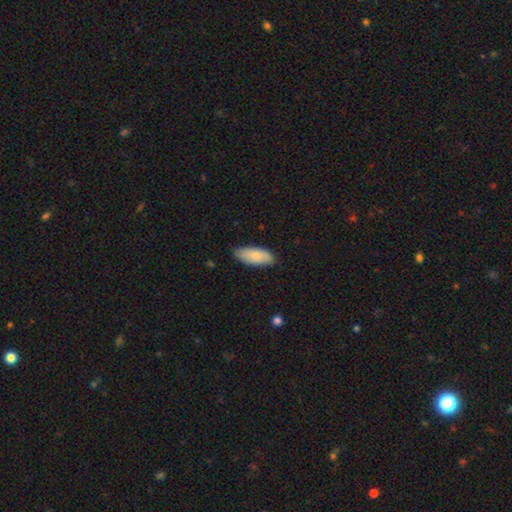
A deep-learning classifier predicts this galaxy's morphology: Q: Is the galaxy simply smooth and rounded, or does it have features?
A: smooth — 79%.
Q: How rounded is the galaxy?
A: in between — 83%.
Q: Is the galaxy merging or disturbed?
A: none — 75%.